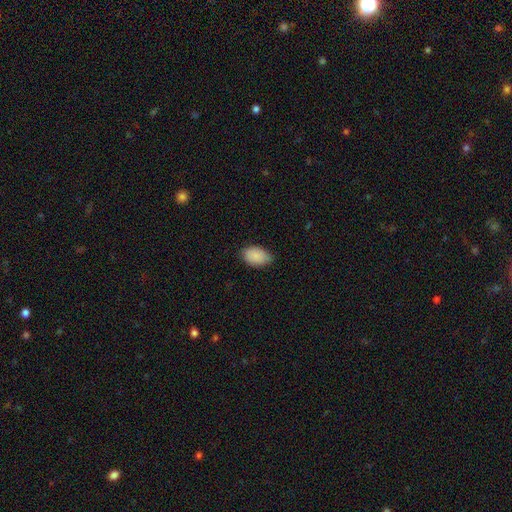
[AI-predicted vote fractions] Smooth or featured? smooth (88%)
How rounded? in between (90%)
Merging? none (71%)